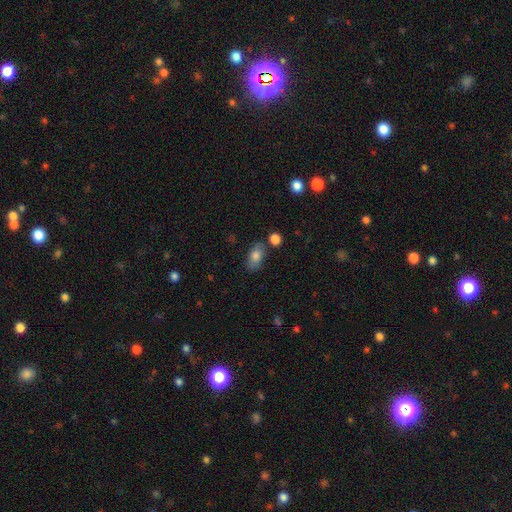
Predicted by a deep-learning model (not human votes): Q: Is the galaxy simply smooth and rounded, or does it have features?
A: smooth — 80%.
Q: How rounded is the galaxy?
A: in between — 88%.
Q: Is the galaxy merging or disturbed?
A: none — 73%.